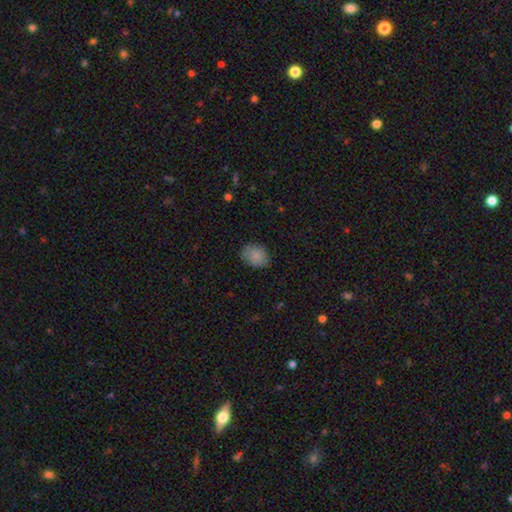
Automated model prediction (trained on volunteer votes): smooth-or-featured: smooth: 86% | star or artifact: 8% | featured or disk: 6%
  how-rounded: in between: 61% | round: 38% | cigar-shaped: 1%
  merging: none: 79% | minor disturbance: 17% | major disturbance: 4% | merger: 1%